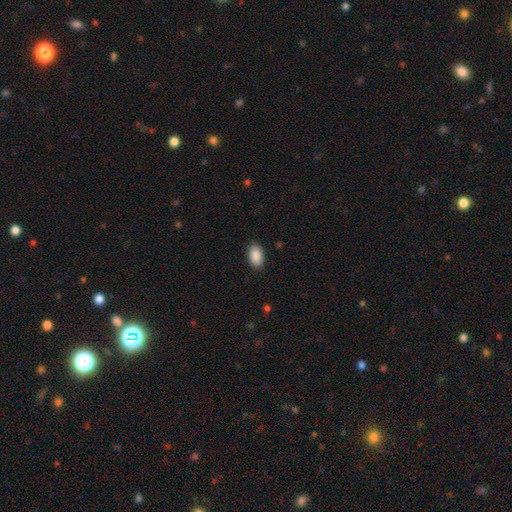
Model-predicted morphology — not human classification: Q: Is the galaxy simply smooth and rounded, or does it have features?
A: smooth — 90%.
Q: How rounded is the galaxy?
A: in between — 94%.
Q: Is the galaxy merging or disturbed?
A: none — 89%.